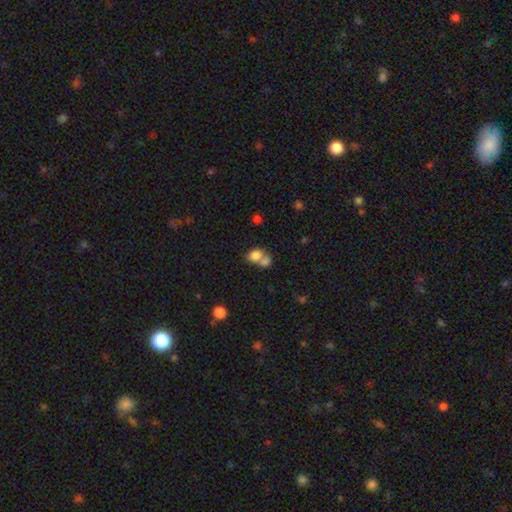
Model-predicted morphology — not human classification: smooth_or_featured: smooth (p=0.79) [alt: featured or disk p=0.11]
how_rounded: in between (p=0.60) [alt: round p=0.39]
merging: merger (p=0.58) [alt: none p=0.30]